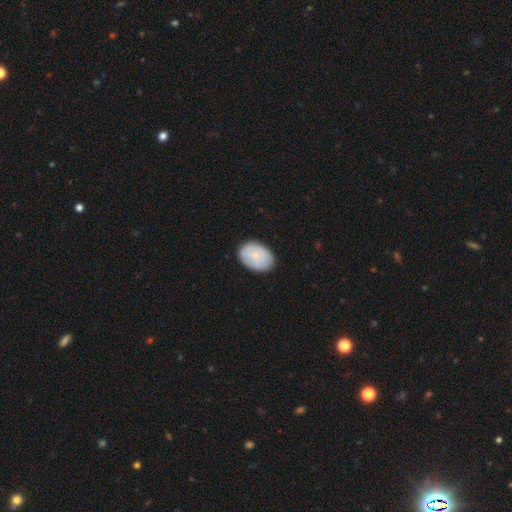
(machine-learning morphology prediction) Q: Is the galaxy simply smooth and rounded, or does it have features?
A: smooth — 76%.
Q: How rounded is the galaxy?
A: in between — 83%.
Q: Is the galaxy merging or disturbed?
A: none — 83%.